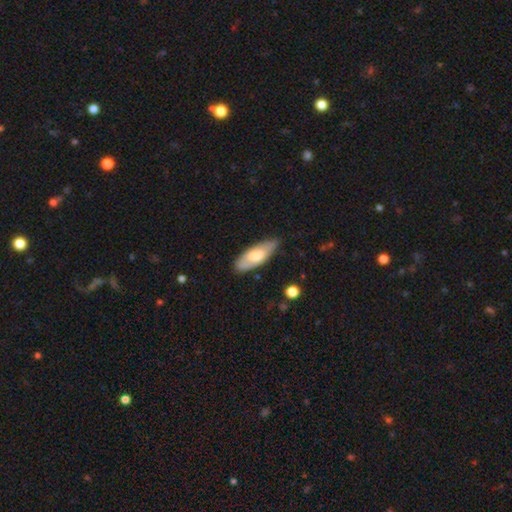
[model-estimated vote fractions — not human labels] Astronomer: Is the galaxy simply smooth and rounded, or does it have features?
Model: smooth — 63%.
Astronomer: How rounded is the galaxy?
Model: in between — 72%.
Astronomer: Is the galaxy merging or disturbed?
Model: none — 78%.